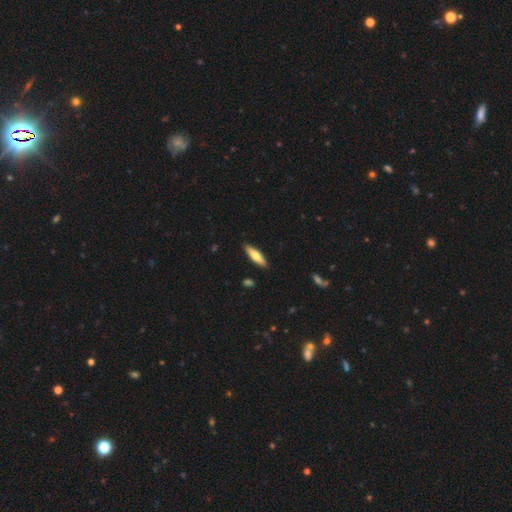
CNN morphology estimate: A smooth galaxy with no disk features (65%) that is cigar-shaped (65%). Merging: none (89%).